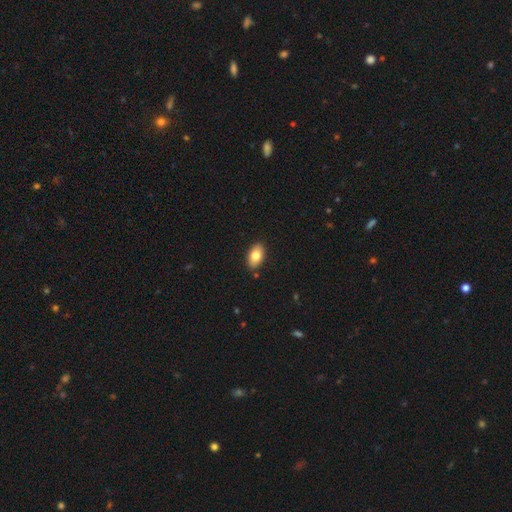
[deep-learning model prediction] Smooth or featured? Predicted: smooth (p=0.80). How rounded? Predicted: in between (p=0.93). Merging? Predicted: none (p=0.88).